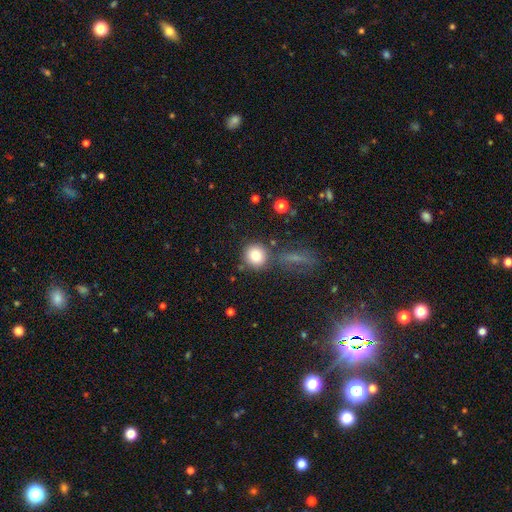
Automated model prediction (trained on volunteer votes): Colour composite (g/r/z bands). It shows a smooth galaxy with no disk features (83%) that is round (90%). Merging: none (76%).